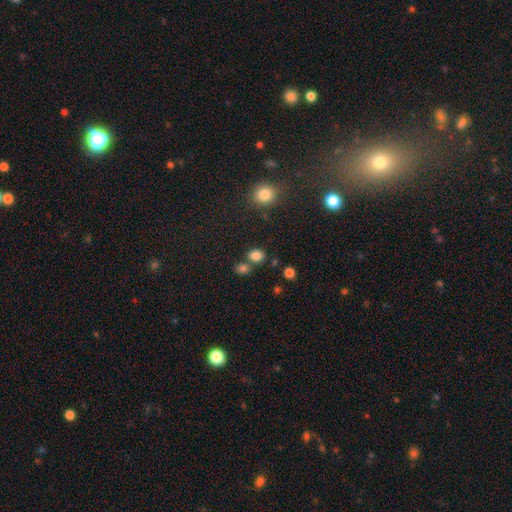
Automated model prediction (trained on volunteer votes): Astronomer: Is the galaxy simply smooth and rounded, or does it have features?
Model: smooth — 81%.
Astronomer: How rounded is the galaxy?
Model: round — 50% (runner-up: in between, 49%).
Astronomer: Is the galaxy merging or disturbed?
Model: none — 64%.